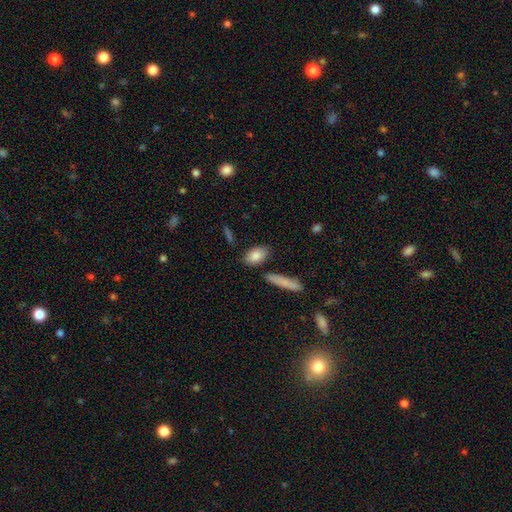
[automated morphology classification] Smooth or featured: smooth — 84% (featured or disk — 9%)
How rounded: in between — 86% (round — 7%)
Merging: none — 77% (minor disturbance — 13%)